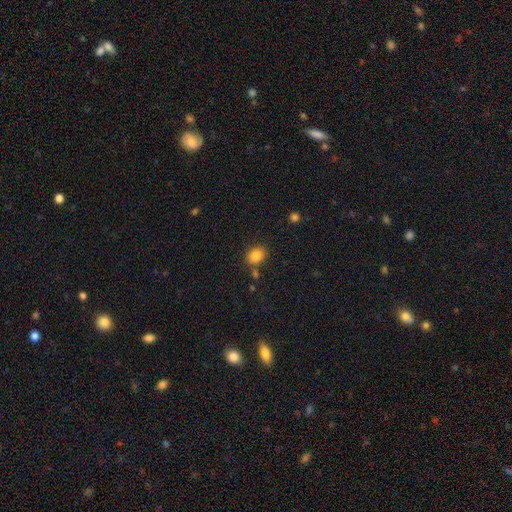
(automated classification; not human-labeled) A smooth galaxy with no disk features (84%) that is in between round and cigar-shaped (50%). Merging: none (76%).